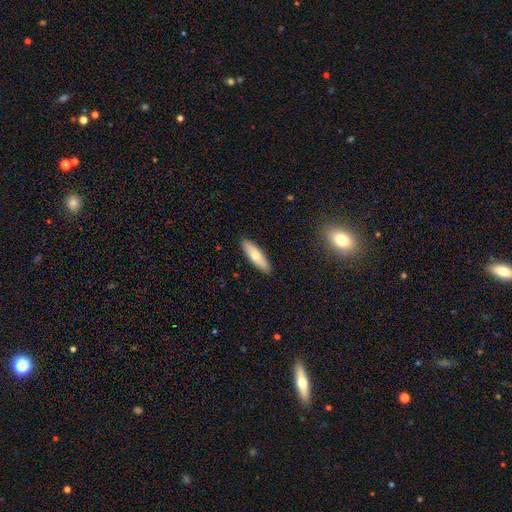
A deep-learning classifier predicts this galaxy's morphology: Smooth or featured?
  - smooth: 69% *
  - featured or disk: 25%
  - star or artifact: 6%
How rounded?
  - cigar-shaped: 58% *
  - in between: 40%
  - round: 2%
Merging?
  - none: 90% *
  - minor disturbance: 7%
  - major disturbance: 1%
  - merger: 1%